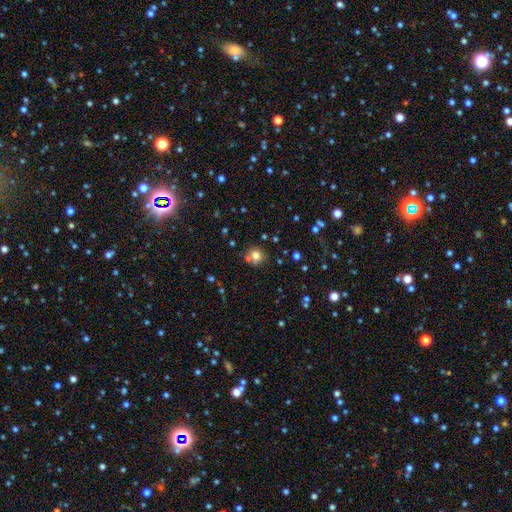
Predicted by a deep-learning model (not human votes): A smooth galaxy with no disk features (76%) that is round (86%).

Vote fractions:
- Smooth or featured? smooth: 76% / star or artifact: 14% / featured or disk: 9%
- How rounded? round: 86% / in between: 13% / cigar-shaped: 1%
- Merging? none: 70% / merger: 14% / minor disturbance: 12% / major disturbance: 4%